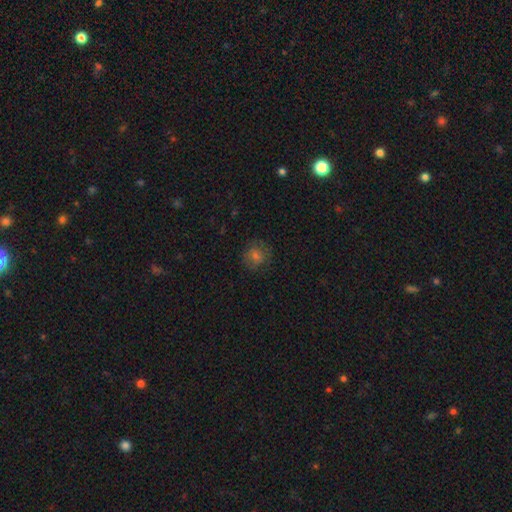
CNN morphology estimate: smooth_or_featured: smooth (p=0.67) [alt: star or artifact p=0.18]
how_rounded: round (p=0.79) [alt: in between p=0.20]
merging: none (p=0.79) [alt: minor disturbance p=0.14]